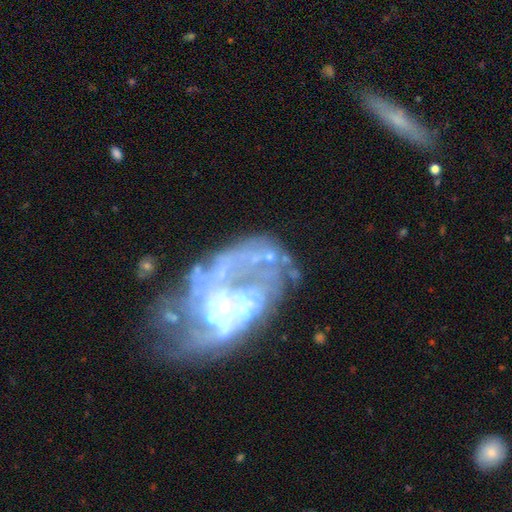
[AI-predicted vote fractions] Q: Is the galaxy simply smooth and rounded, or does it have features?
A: featured or disk — 74%.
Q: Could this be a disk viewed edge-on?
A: no — 98%.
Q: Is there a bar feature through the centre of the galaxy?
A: no — 85%.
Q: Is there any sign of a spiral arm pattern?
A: no — 70%.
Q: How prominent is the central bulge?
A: none — 63%.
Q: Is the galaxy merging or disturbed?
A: major disturbance — 36%.